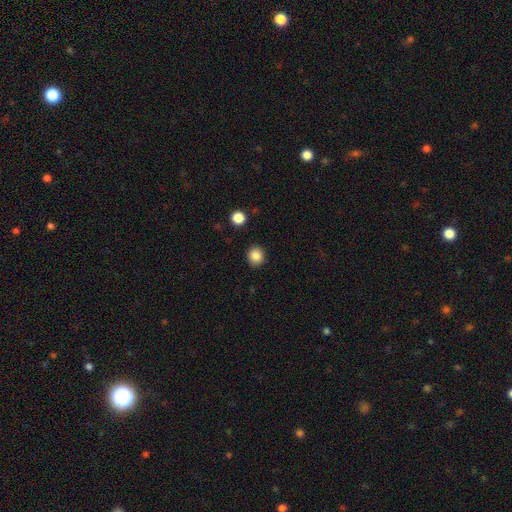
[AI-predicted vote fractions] This is clearly a smooth galaxy (86%). How rounded: clearly round (81%). Merging: clearly none (90%).